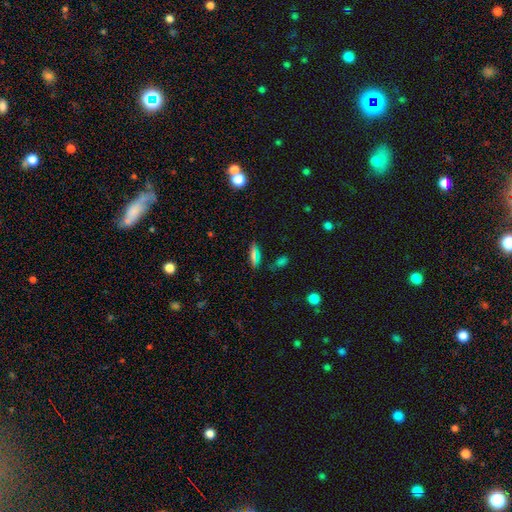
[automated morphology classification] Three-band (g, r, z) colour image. It shows a smooth galaxy with no disk features (58%) that is cigar-shaped (49%). Merging: none (82%).